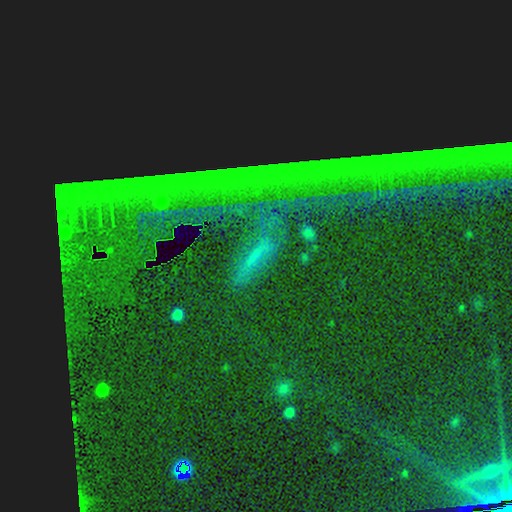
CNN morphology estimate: Q: Smooth or featured?
A: star or artifact (74%); runner-up: smooth (14%)